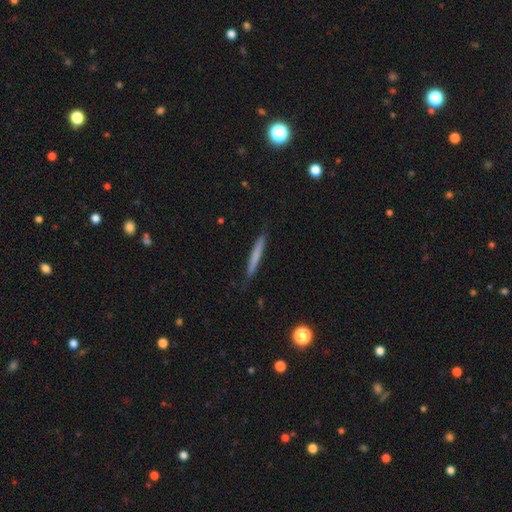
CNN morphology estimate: Overall: smooth (66%; featured or disk 28%). How rounded: cigar-shaped (96%). Merging: none (84%).